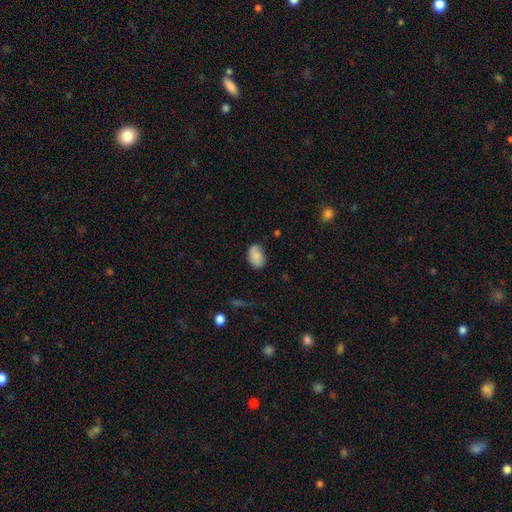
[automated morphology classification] smooth_or_featured: smooth (p=0.84) [alt: featured or disk p=0.09]
how_rounded: in between (p=0.86) [alt: round p=0.12]
merging: none (p=0.68) [alt: minor disturbance p=0.25]